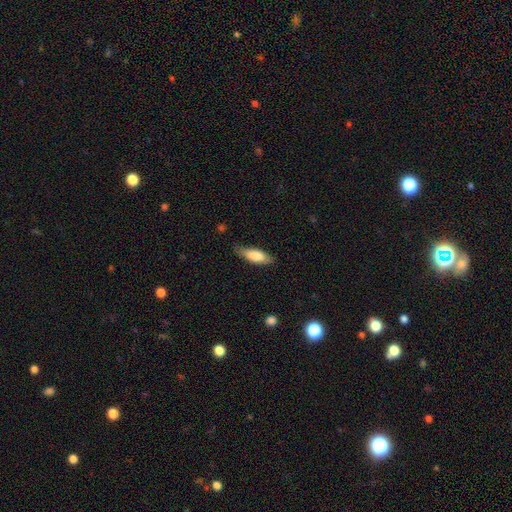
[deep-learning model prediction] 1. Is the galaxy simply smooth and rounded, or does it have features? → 78% smooth, 16% featured or disk, 6% star or artifact.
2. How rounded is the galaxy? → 62% in between, 36% cigar-shaped, 2% round.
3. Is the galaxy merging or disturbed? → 73% none, 21% minor disturbance, 5% major disturbance, 1% merger.